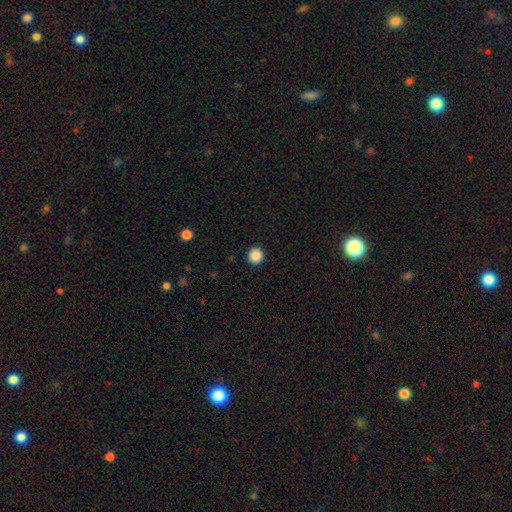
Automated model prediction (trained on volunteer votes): Morphology: type=smooth (87%); roundness=round (94%); merging=none (93%).